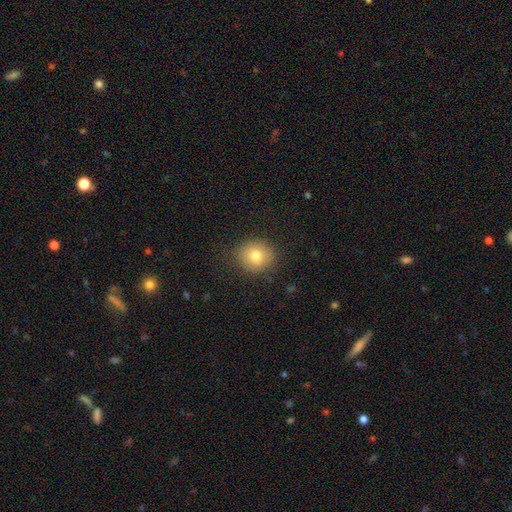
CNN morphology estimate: This is likely a smooth galaxy (78%). How rounded: clearly round (80%). Merging: clearly none (85%).